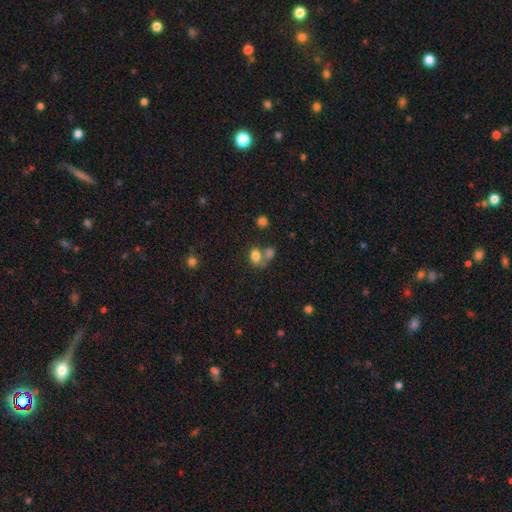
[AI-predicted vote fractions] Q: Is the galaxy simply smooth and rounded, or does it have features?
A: smooth — 78%.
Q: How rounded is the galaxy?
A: in between — 60%.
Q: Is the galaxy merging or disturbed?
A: merger — 44%.